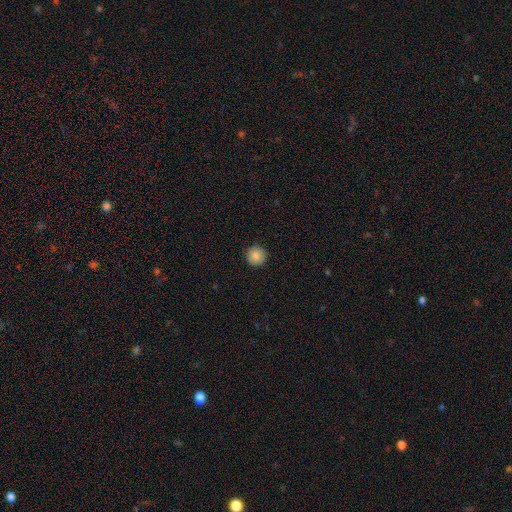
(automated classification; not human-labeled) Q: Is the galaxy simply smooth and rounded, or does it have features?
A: smooth — 87%.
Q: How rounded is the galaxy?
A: round — 96%.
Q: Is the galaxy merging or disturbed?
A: none — 92%.